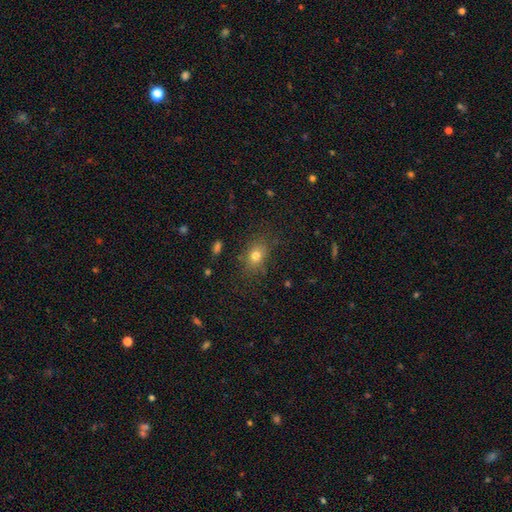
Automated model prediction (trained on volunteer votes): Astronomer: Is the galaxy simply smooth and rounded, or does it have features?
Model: smooth — 77%.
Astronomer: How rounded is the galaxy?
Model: in between — 64%.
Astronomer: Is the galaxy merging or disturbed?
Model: none — 79%.